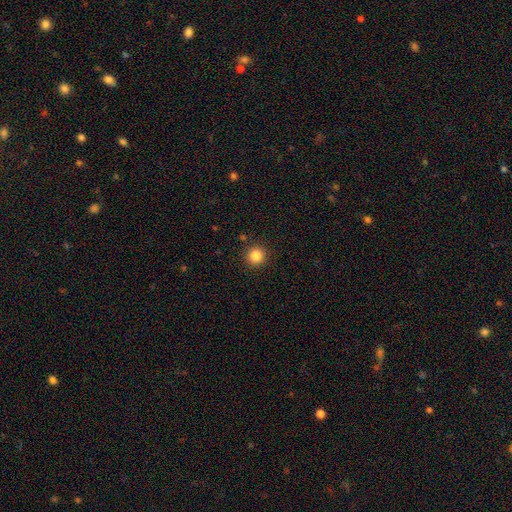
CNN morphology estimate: type=smooth (85%); roundness=round (95%); merging=none (91%).